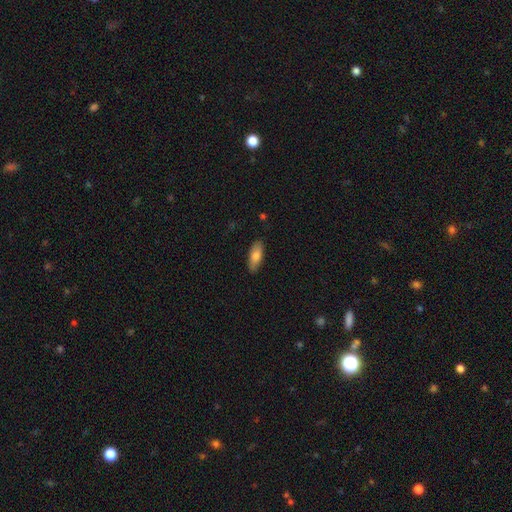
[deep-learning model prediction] smooth_or_featured: smooth (p=0.78) [alt: featured or disk p=0.16]
how_rounded: in between (p=0.75) [alt: cigar-shaped p=0.23]
merging: none (p=0.86) [alt: minor disturbance p=0.11]